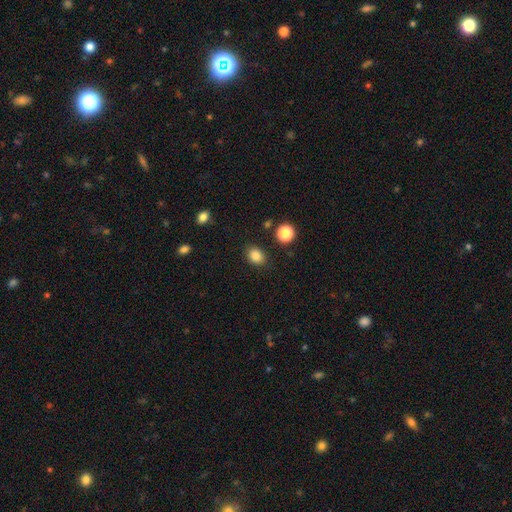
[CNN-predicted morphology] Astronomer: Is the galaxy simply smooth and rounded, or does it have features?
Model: smooth — 85%.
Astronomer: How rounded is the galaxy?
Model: in between — 57% (runner-up: round, 42%).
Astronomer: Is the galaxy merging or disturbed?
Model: none — 85%.